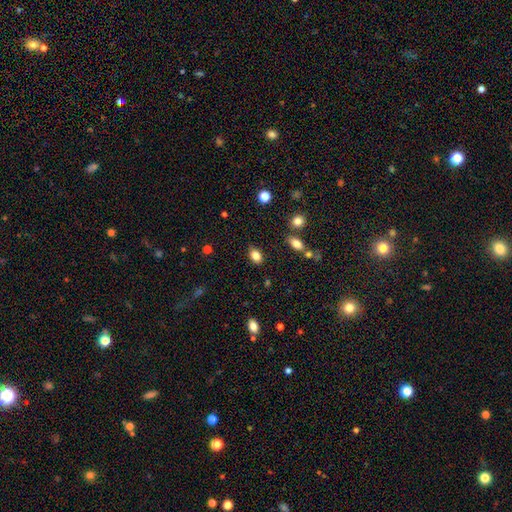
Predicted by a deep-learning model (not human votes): Smooth or featured: smooth — 84% (star or artifact — 10%)
How rounded: in between — 80% (round — 18%)
Merging: none — 83% (minor disturbance — 12%)